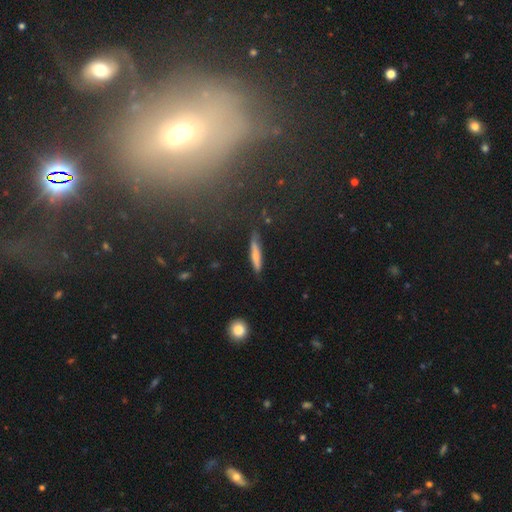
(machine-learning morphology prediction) Overall: smooth (69%). How rounded: cigar-shaped (91%). Merging: none (79%).